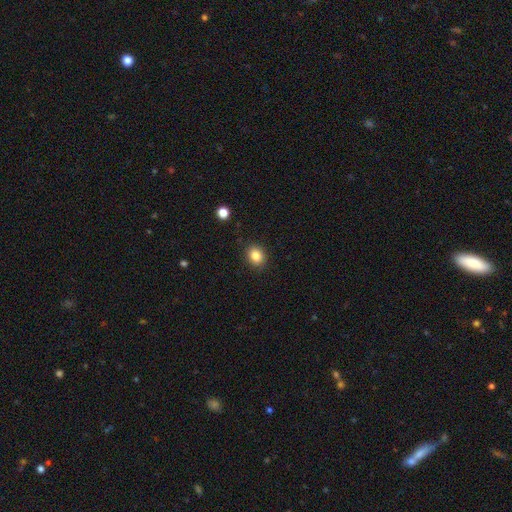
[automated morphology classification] The model was most divided on "how rounded": round: 56%, in between: 43%, cigar-shaped: 1%. More confident: merging — none (89%); smooth or featured — smooth (84%).